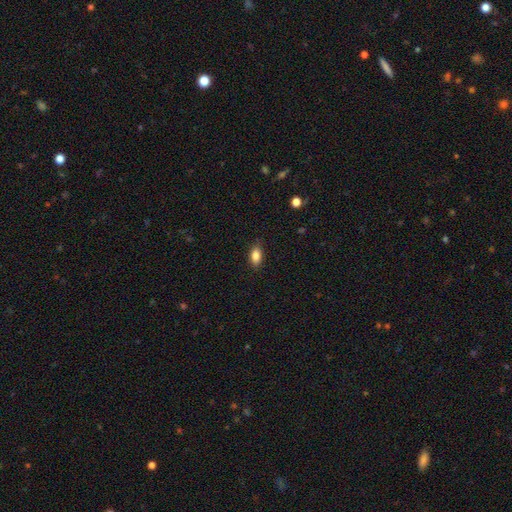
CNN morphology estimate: smooth_or_featured: smooth (p=0.84) [alt: star or artifact p=0.08]
how_rounded: in between (p=0.86) [alt: round p=0.08]
merging: none (p=0.83) [alt: minor disturbance p=0.13]